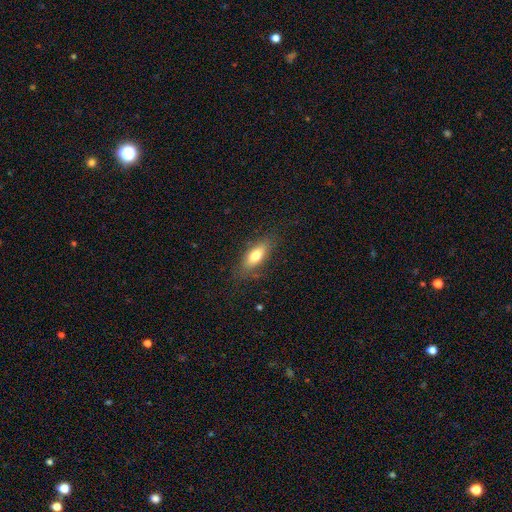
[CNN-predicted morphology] Smooth or featured? smooth (72%)
How rounded? in between (73%)
Merging? none (80%)